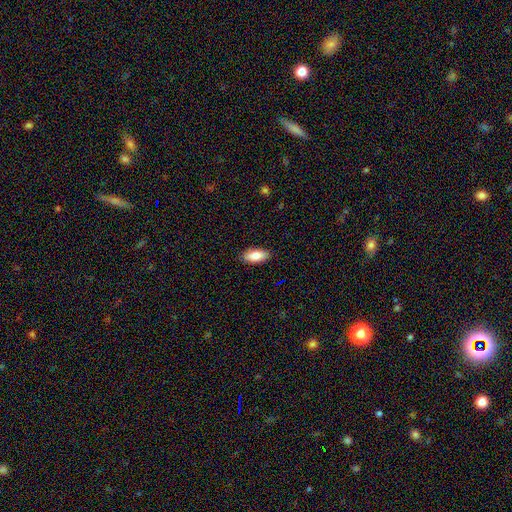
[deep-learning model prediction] Q: Smooth or featured?
A: smooth (84%); runner-up: featured or disk (10%)
Q: How rounded?
A: in between (88%); runner-up: cigar-shaped (10%)
Q: Merging?
A: none (89%); runner-up: minor disturbance (8%)